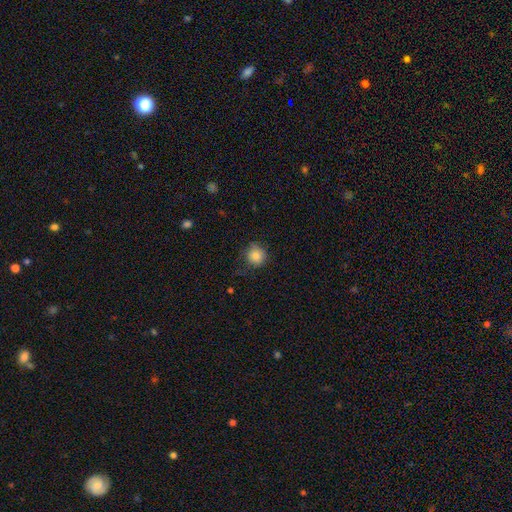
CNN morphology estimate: A smooth galaxy with no disk features (83%) that is round (90%).

Vote fractions:
- Smooth or featured? smooth: 83% / star or artifact: 10% / featured or disk: 7%
- How rounded? round: 90% / in between: 9% / cigar-shaped: 1%
- Merging? none: 75% / minor disturbance: 19% / major disturbance: 5% / merger: 1%